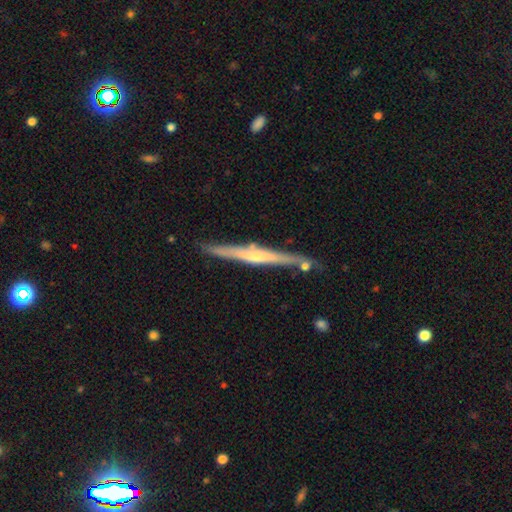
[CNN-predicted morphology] Q: Smooth or featured?
A: featured or disk (70%); runner-up: smooth (24%)
Q: Edge-on disk?
A: yes (97%); runner-up: no (3%)
Q: Edge-on bulge?
A: rounded (57%); runner-up: none (33%)
Q: Merging?
A: none (83%); runner-up: minor disturbance (11%)